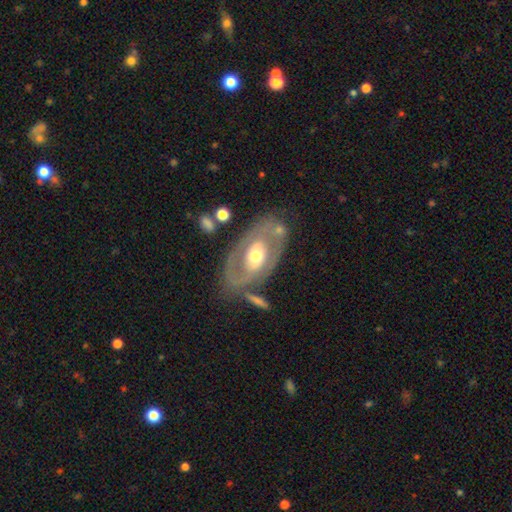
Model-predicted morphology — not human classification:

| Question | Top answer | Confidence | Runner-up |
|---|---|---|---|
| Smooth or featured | featured or disk | 69% | smooth (26%) |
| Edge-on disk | no | 91% | yes (9%) |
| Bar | no | 66% | weak (24%) |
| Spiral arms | no | 60% | yes (40%) |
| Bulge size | moderate | 69% | small (15%) |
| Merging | none | 68% | minor disturbance (17%) |